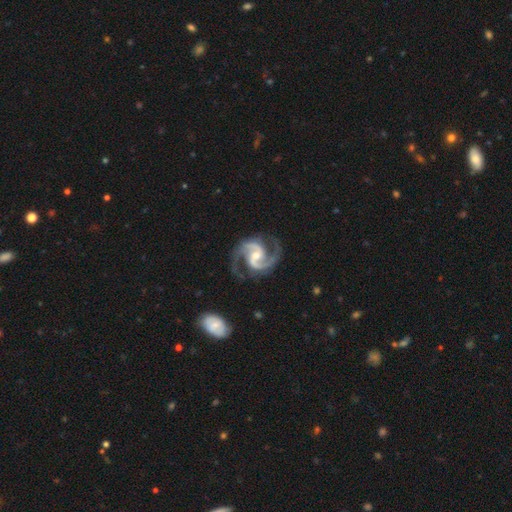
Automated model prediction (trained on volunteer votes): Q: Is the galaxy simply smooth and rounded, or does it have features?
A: featured or disk — 94%.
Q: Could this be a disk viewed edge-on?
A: no — 98%.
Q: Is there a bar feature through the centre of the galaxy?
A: weak — 47%.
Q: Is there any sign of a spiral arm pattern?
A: yes — 99%.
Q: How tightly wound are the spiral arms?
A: medium — 69%.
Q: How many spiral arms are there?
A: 2 — 92%.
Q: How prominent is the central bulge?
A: moderate — 57%.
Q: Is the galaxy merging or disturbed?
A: none — 77%.